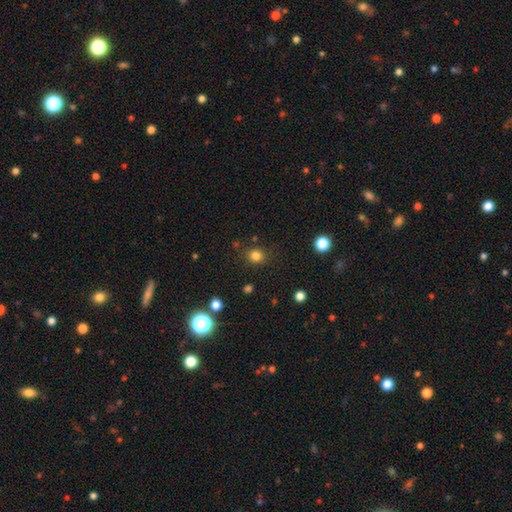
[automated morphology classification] This appears to be a smooth galaxy with no disk features (81%) that is round (82%). Merging: none (85%).